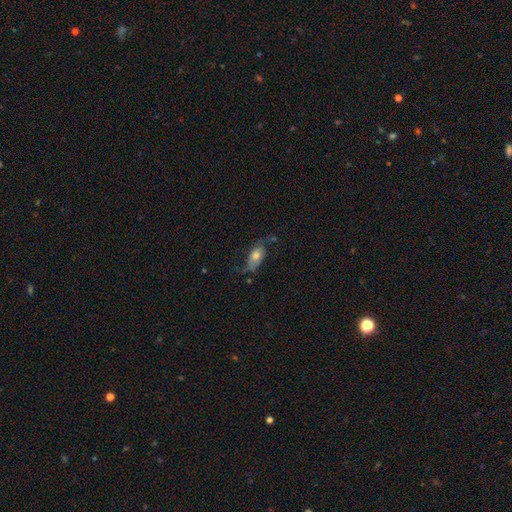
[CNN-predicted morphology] The model was most divided on "smooth or featured": smooth: 46%, featured or disk: 45%, star or artifact: 10%. More confident: merging — none (51%).